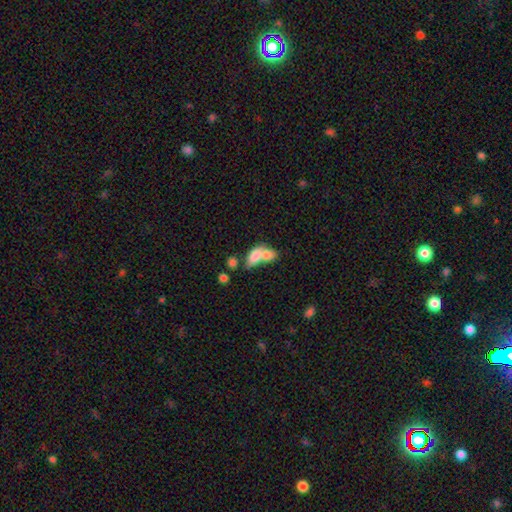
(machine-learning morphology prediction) Q: Smooth or featured?
A: smooth (74%); runner-up: featured or disk (18%)
Q: How rounded?
A: in between (84%); runner-up: round (9%)
Q: Merging?
A: merger (70%); runner-up: none (17%)